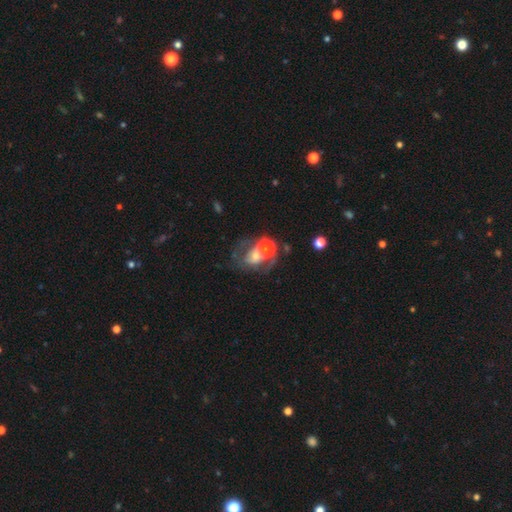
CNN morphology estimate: smooth_or_featured: featured or disk (p=0.50) [alt: smooth p=0.36]
disk_edge_on: no (p=0.97) [alt: yes p=0.03]
merging: merger (p=0.43) [alt: none p=0.27]